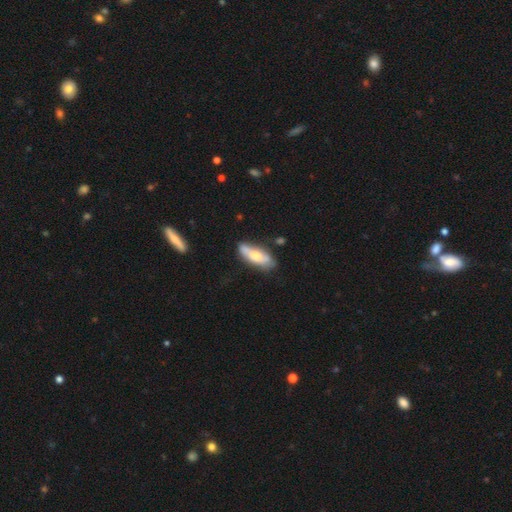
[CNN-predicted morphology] Smooth or featured? smooth (57%)
How rounded? in between (65%)
Merging? none (64%)